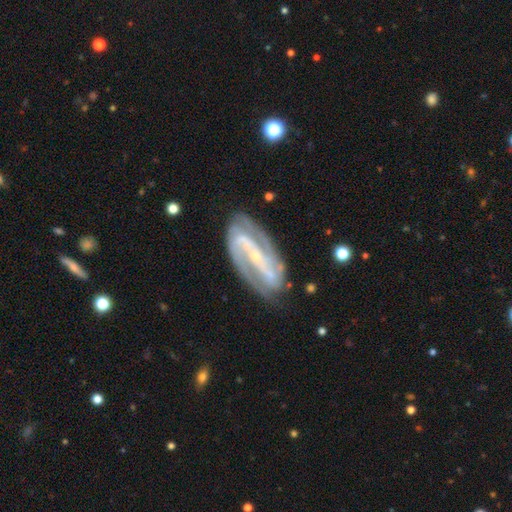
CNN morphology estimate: A featured or disk galaxy (90%) with a strong bar (56%), 2 (79%) medium (47%) spiral arms (96%) and a small central bulge (79%).

Vote fractions:
- Smooth or featured? featured or disk: 90% / smooth: 5% / star or artifact: 5%
- Edge-on disk? no: 95% / yes: 5%
- Bar? strong: 56% / weak: 25% / no: 19%
- Spiral arms? yes: 96% / no: 4%
- Spiral winding? medium: 47% / tight: 37% / loose: 16%
- Spiral arm count? 2: 79% / 3: 8% / can't tell: 6% / 4: 2% / 1: 2% / more than 4: 2%
- Bulge size? small: 79% / moderate: 17% / none: 2% / large: 1% / dominant: 1%
- Merging? none: 76% / minor disturbance: 16% / major disturbance: 6% / merger: 2%